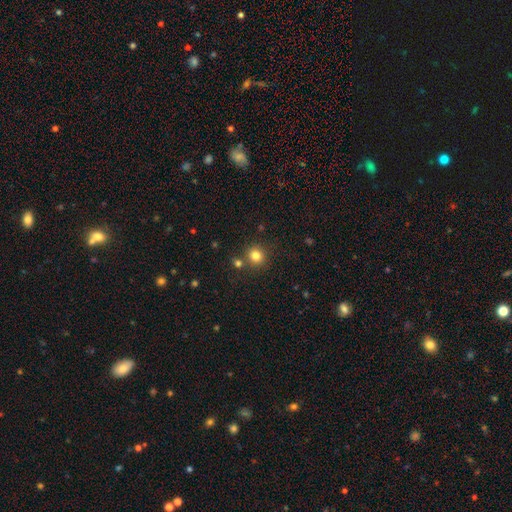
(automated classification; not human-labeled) The model was most divided on "smooth or featured": smooth: 81%, star or artifact: 14%, featured or disk: 6%. More confident: how rounded — round (91%); merging — none (79%).